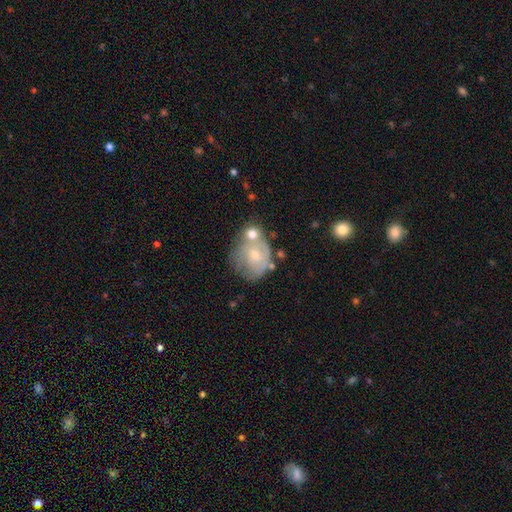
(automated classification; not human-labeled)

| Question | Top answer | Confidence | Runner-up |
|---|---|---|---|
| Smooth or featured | smooth | 48% | featured or disk (45%) |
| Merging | none | 33% | merger (31%) |